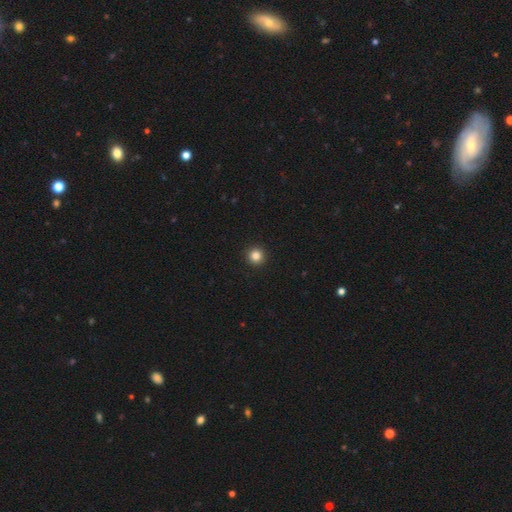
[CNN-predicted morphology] Q: Smooth or featured?
A: smooth (84%); runner-up: star or artifact (12%)
Q: How rounded?
A: round (96%); runner-up: in between (3%)
Q: Merging?
A: none (94%); runner-up: minor disturbance (4%)